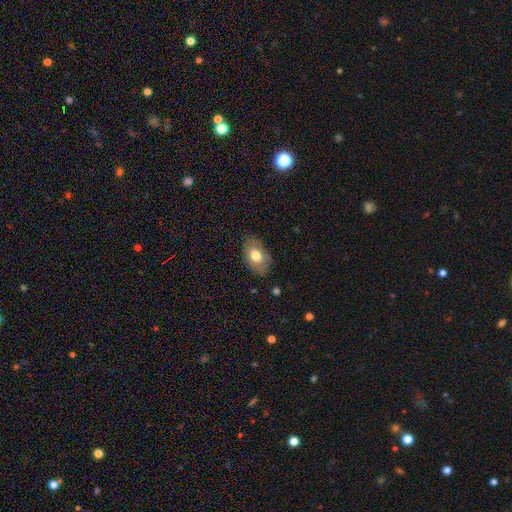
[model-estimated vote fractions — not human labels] smooth-or-featured: smooth: 71% | featured or disk: 22% | star or artifact: 7%
  how-rounded: in between: 88% | round: 10% | cigar-shaped: 1%
  merging: none: 78% | minor disturbance: 17% | major disturbance: 4% | merger: 1%